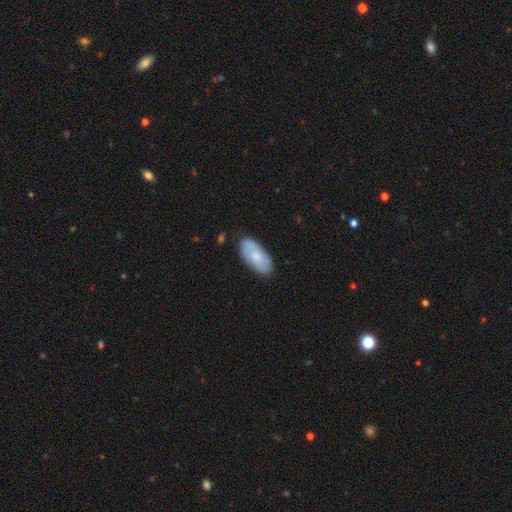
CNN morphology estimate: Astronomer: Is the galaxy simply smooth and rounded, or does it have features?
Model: smooth — 67%.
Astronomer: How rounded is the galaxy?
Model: in between — 92%.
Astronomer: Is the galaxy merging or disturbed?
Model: none — 82%.